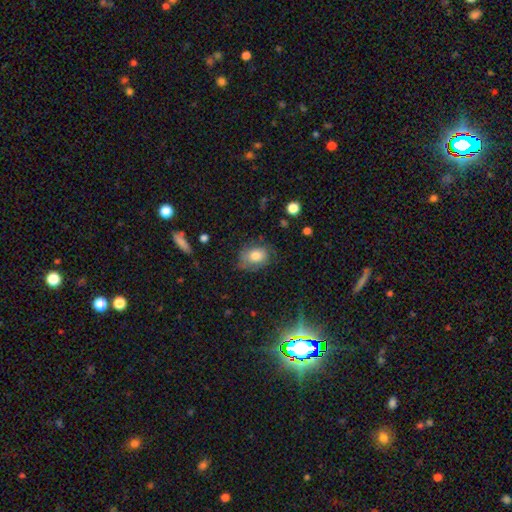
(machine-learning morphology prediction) smooth-or-featured: smooth: 73% | featured or disk: 17% | star or artifact: 10%
  how-rounded: in between: 63% | round: 36% | cigar-shaped: 1%
  merging: none: 64% | minor disturbance: 25% | major disturbance: 9% | merger: 2%